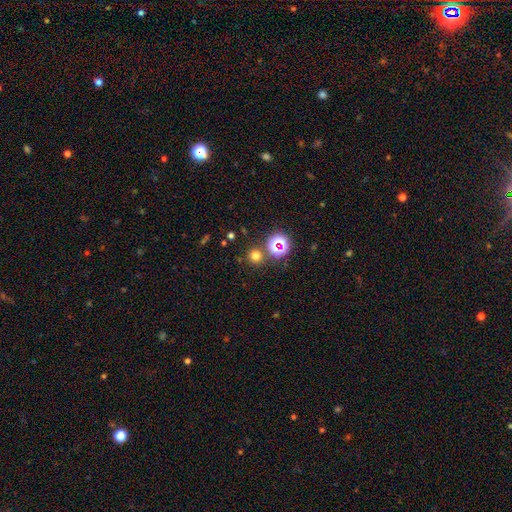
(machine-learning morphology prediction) A smooth galaxy with no disk features (67%) that is round (93%).

Vote fractions:
- Smooth or featured? smooth: 67% / star or artifact: 26% / featured or disk: 6%
- How rounded? round: 93% / in between: 6% / cigar-shaped: 1%
- Merging? none: 82% / merger: 8% / minor disturbance: 6% / major disturbance: 3%